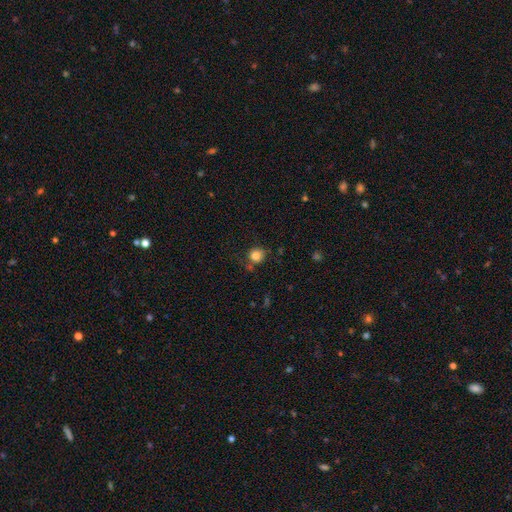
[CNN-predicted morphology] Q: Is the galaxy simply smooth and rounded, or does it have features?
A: smooth — 84%.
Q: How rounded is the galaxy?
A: round — 87%.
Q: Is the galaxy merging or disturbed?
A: none — 72%.